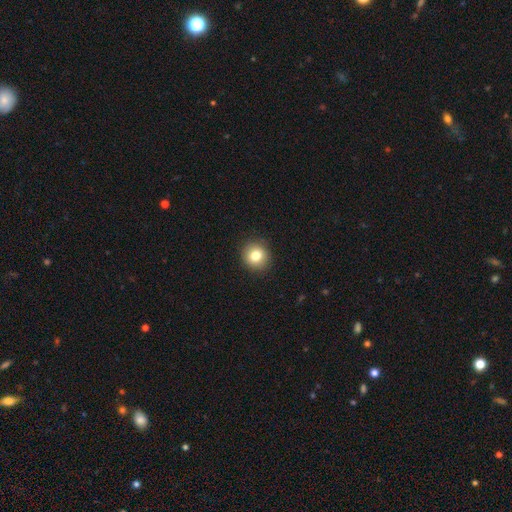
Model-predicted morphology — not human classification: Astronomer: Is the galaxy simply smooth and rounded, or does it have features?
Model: smooth — 80%.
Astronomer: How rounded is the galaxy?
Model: round — 90%.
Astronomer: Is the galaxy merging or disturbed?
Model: none — 91%.